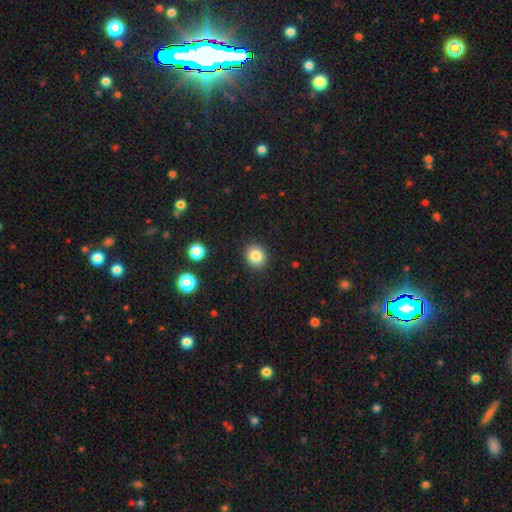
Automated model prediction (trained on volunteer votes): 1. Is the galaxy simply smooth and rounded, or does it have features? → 84% smooth, 10% star or artifact, 6% featured or disk.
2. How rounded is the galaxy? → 82% round, 17% in between, 1% cigar-shaped.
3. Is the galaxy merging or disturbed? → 91% none, 6% minor disturbance, 2% major disturbance, 1% merger.